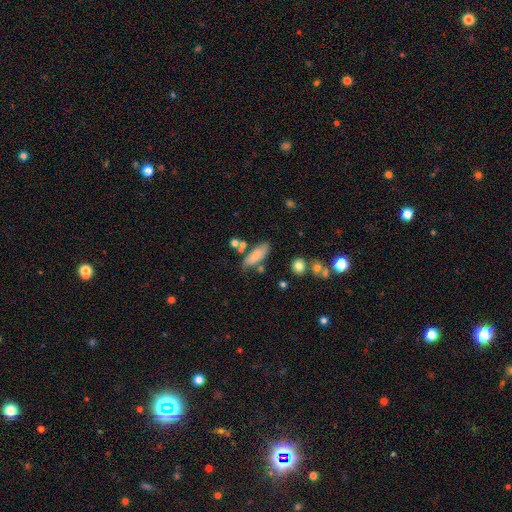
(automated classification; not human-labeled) Overall: smooth (77%). How rounded: in between (67%; cigar-shaped 30%). Merging: none (66%).